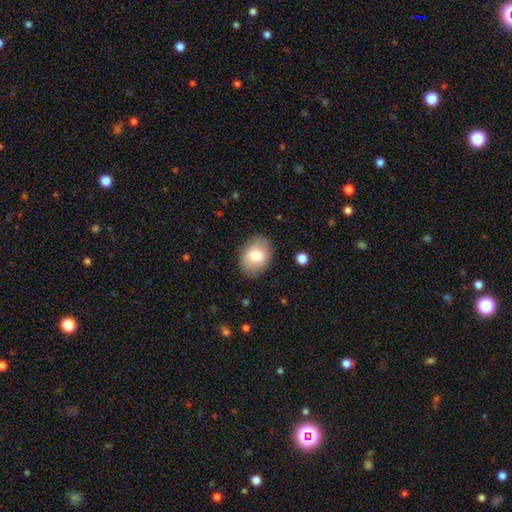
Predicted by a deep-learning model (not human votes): Smooth or featured? Predicted: smooth (p=0.78). How rounded? Predicted: in between (p=0.66). Merging? Predicted: none (p=0.85).